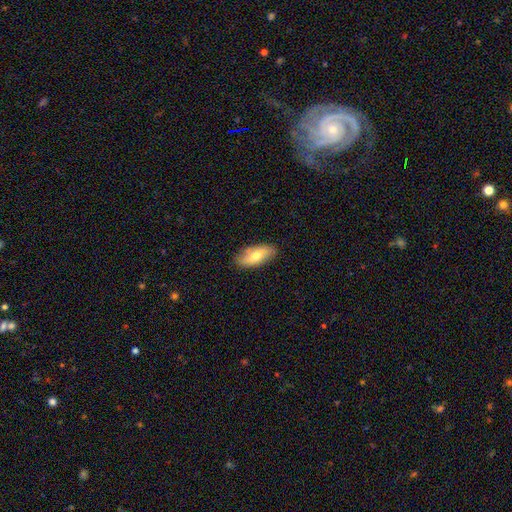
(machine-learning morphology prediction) Q: Smooth or featured?
A: smooth (64%); runner-up: featured or disk (30%)
Q: How rounded?
A: in between (83%); runner-up: cigar-shaped (14%)
Q: Merging?
A: none (86%); runner-up: minor disturbance (11%)